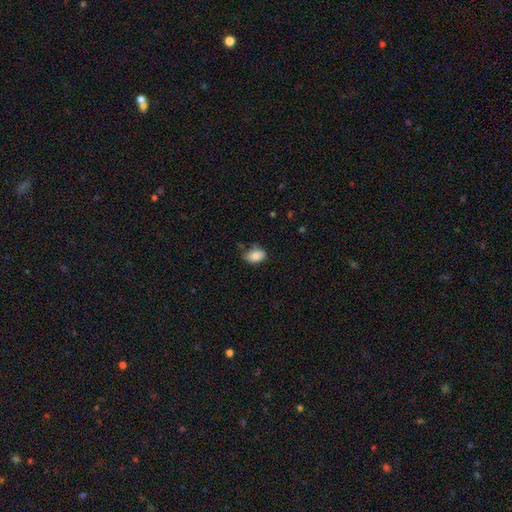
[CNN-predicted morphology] Smooth or featured: smooth — 80% (featured or disk — 12%)
How rounded: in between — 82% (round — 16%)
Merging: none — 57% (minor disturbance — 33%)